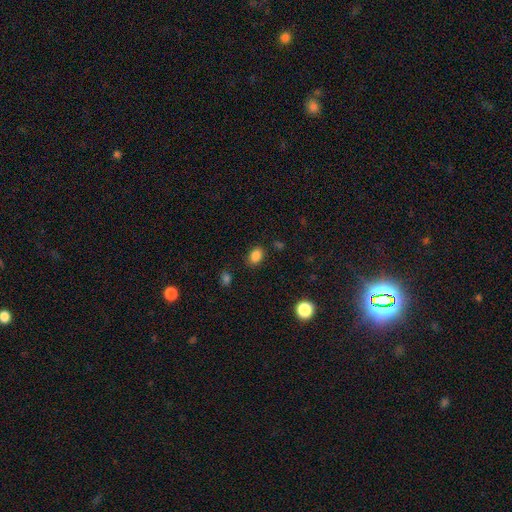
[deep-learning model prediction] This appears to be a smooth galaxy with no disk features (85%) that is in between round and cigar-shaped (70%). Merging: none (84%).